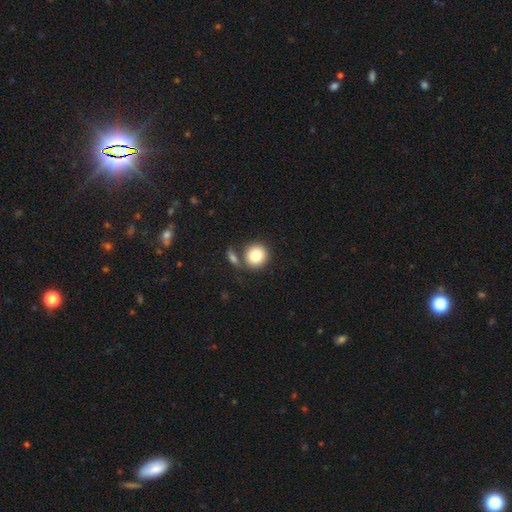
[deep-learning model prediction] This appears to be a smooth galaxy with no disk features (80%) that is round (88%). Merging: none (66%).